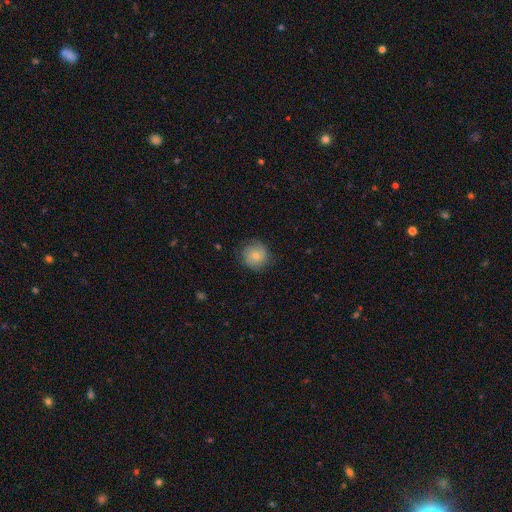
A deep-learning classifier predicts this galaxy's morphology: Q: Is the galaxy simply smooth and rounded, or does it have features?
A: smooth — 71%.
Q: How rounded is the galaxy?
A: round — 92%.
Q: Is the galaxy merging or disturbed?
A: none — 80%.